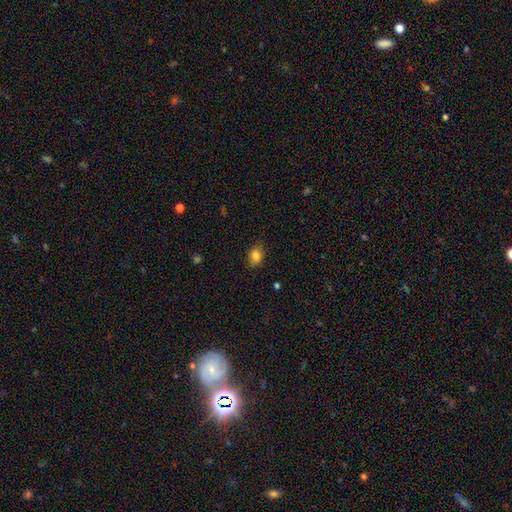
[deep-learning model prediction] Overall: smooth (83%). How rounded: in between (68%; round 30%). Merging: none (80%).